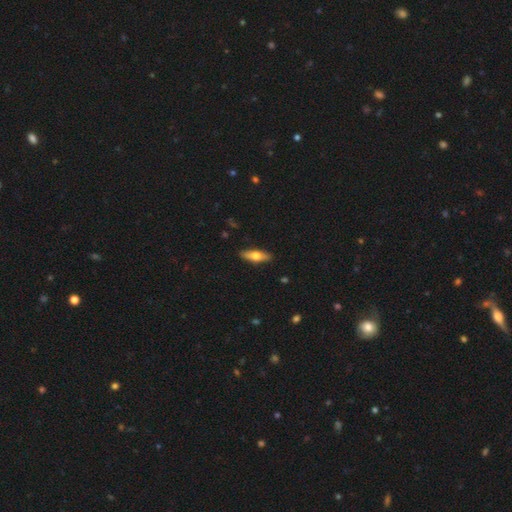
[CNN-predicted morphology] The model was most divided on "how rounded": in between: 51%, cigar-shaped: 46%, round: 3%. More confident: merging — none (89%); smooth or featured — smooth (61%).